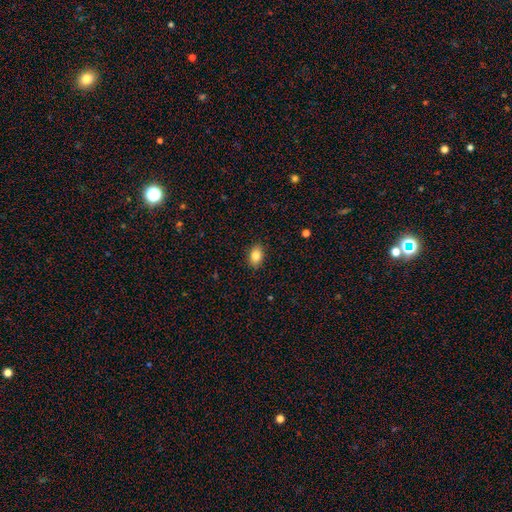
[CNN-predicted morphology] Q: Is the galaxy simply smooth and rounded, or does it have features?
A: smooth — 84%.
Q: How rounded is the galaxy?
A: in between — 83%.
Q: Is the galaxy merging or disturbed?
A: none — 89%.